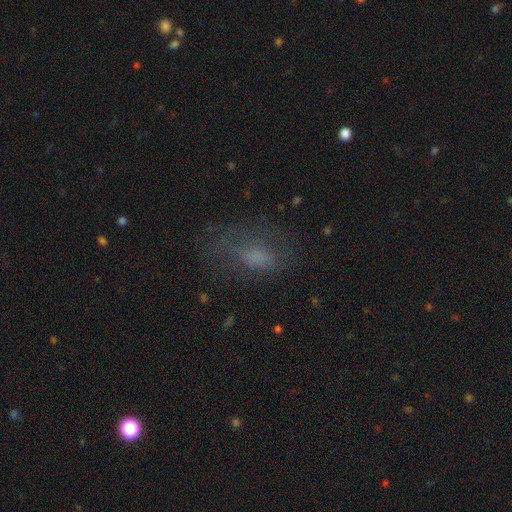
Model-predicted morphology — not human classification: smooth 57%, featured or disk 26%, star or artifact 17%. Down the decision tree: how rounded — in between (81%); merging — none (54%).